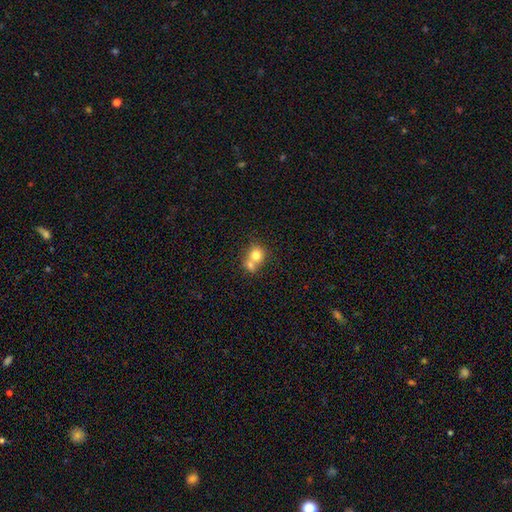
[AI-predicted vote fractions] The model was most divided on "merging": merger: 58%, none: 32%, minor disturbance: 7%, major disturbance: 3%. More confident: how rounded — round (76%); smooth or featured — smooth (75%).